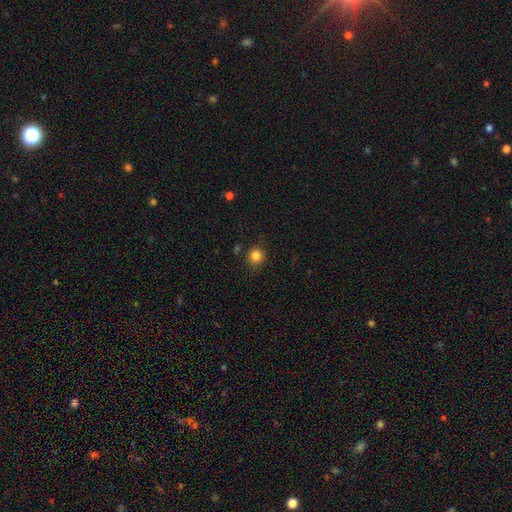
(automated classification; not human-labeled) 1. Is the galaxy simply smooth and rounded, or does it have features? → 84% smooth, 12% star or artifact, 5% featured or disk.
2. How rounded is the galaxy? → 90% round, 9% in between, 1% cigar-shaped.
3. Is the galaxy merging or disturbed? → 86% none, 9% minor disturbance, 3% major disturbance, 2% merger.